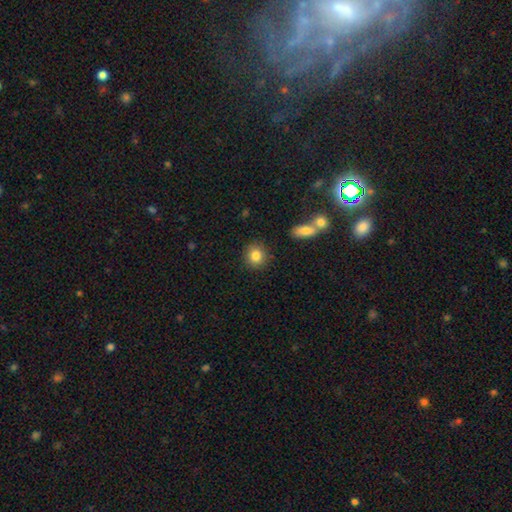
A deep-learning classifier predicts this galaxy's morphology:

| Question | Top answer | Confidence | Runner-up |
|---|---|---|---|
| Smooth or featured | smooth | 84% | star or artifact (9%) |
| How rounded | round | 85% | in between (14%) |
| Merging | none | 88% | minor disturbance (7%) |